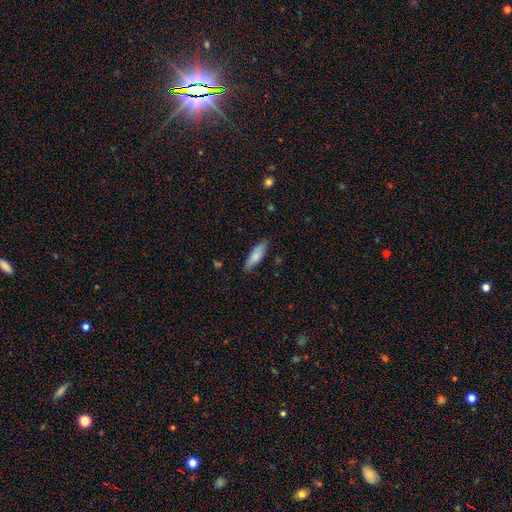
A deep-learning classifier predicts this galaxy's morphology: smooth_or_featured: smooth (p=0.77) [alt: featured or disk p=0.17]
how_rounded: cigar-shaped (p=0.55) [alt: in between p=0.43]
merging: none (p=0.83) [alt: minor disturbance p=0.13]